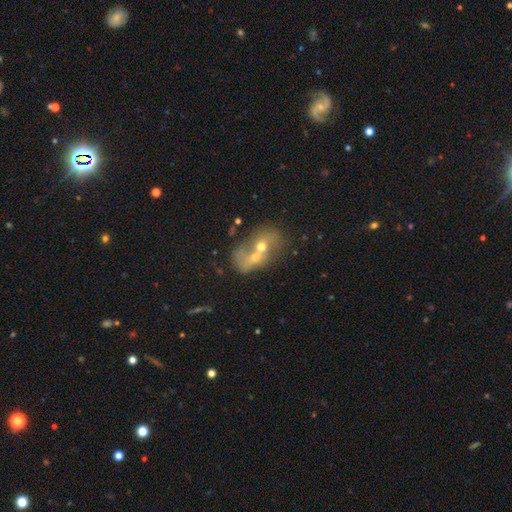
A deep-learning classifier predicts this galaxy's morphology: type=featured or disk (47%); merging=merger (75%).